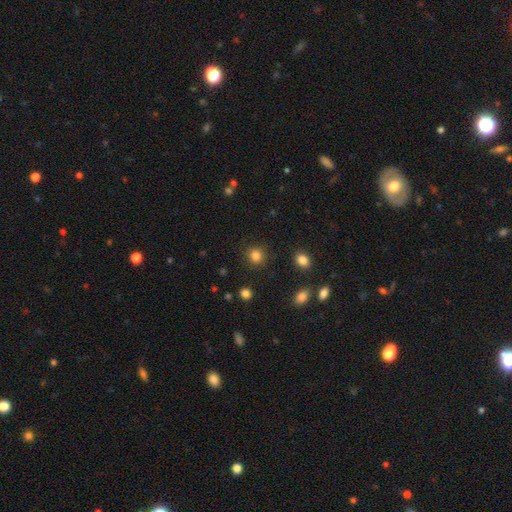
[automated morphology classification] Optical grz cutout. It shows a smooth galaxy with no disk features (84%) that is round (87%). Merging: none (89%).